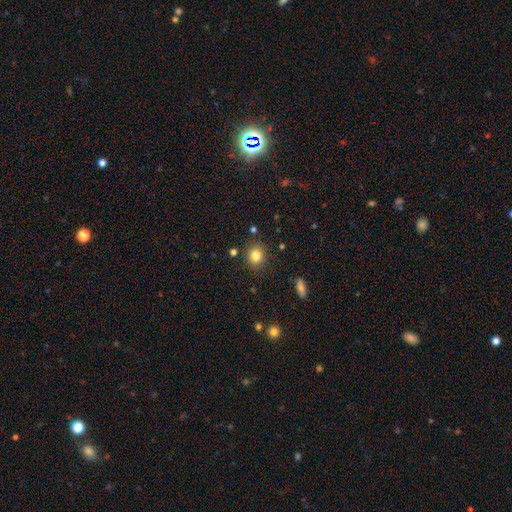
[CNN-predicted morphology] The model was most divided on "how rounded": round: 73%, in between: 26%, cigar-shaped: 1%. More confident: merging — none (86%); smooth or featured — smooth (82%).